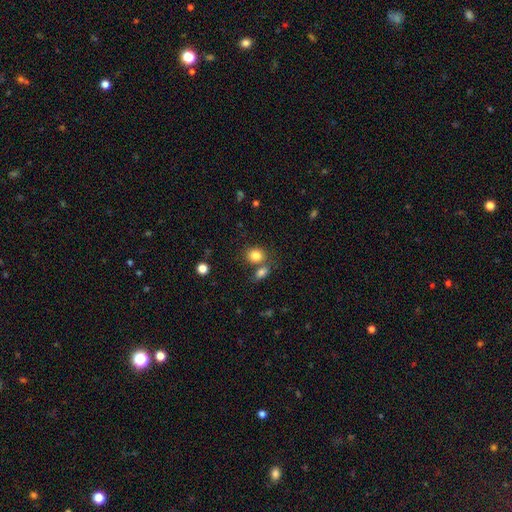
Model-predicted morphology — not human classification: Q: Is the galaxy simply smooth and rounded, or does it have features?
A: smooth — 83%.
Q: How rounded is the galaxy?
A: round — 61%.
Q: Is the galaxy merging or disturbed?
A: none — 58%.